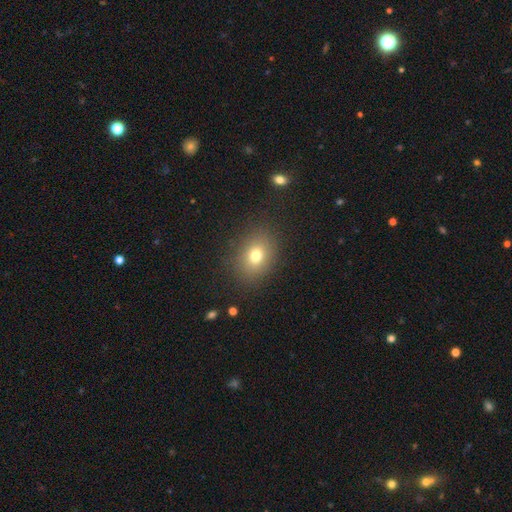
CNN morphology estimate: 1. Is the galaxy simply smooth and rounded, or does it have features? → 74% smooth, 13% star or artifact, 12% featured or disk.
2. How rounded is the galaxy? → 57% in between, 42% round, 1% cigar-shaped.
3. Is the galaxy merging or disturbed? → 85% none, 9% minor disturbance, 4% major disturbance, 1% merger.